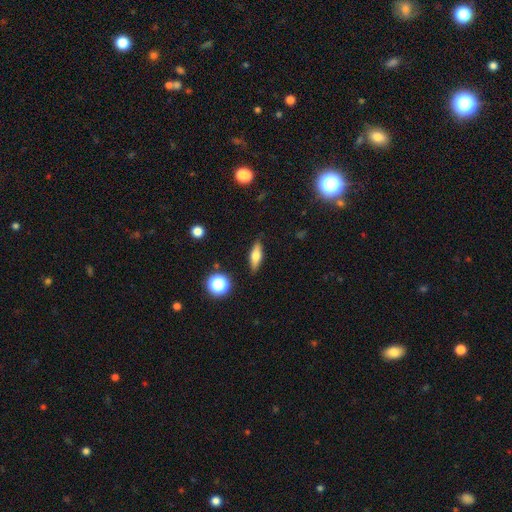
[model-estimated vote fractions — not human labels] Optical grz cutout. It shows a smooth galaxy with no disk features (59%) that is in between round and cigar-shaped (52%). Merging: none (87%).